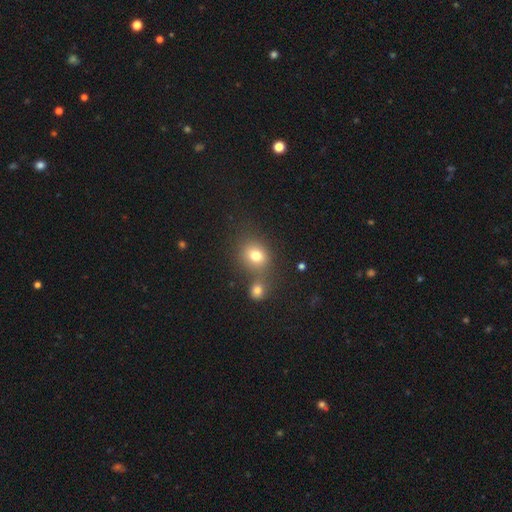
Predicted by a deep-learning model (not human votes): smooth-or-featured: smooth: 76% | star or artifact: 15% | featured or disk: 9%
  how-rounded: round: 69% | in between: 30% | cigar-shaped: 1%
  merging: none: 56% | merger: 28% | minor disturbance: 11% | major disturbance: 5%